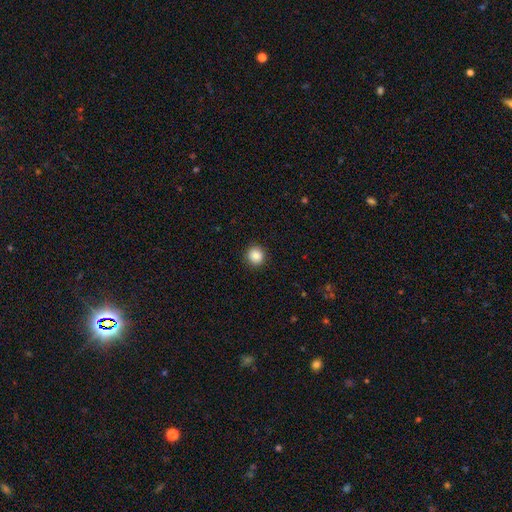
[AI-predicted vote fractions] Morphology: type=smooth (87%); roundness=round (93%); merging=none (92%).